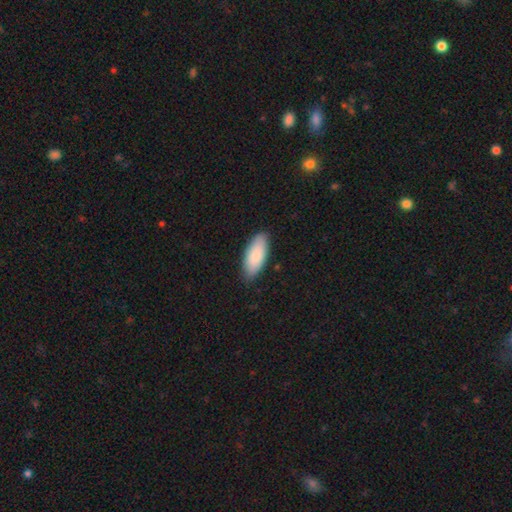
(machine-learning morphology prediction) smooth 86%, featured or disk 9%, star or artifact 5%. Down the decision tree: how rounded — in between (85%); merging — none (84%).